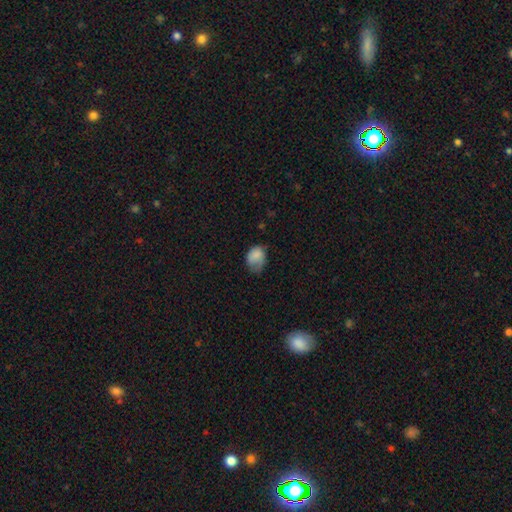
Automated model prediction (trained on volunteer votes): Smooth or featured: smooth — 82% (featured or disk — 9%)
How rounded: in between — 67% (round — 32%)
Merging: minor disturbance — 41% (none — 37%)